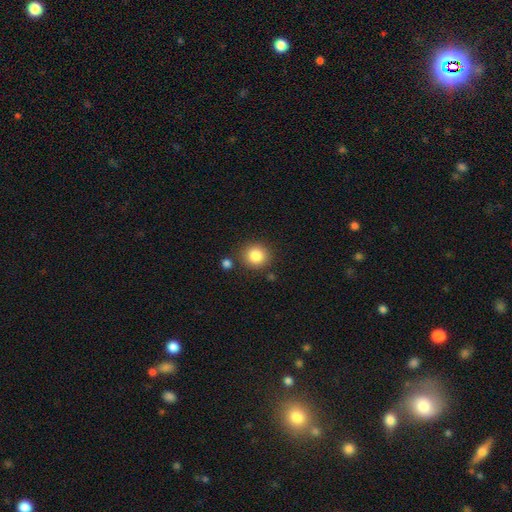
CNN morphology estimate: This is clearly a smooth galaxy (85%). How rounded: clearly round (86%). Merging: clearly none (83%).